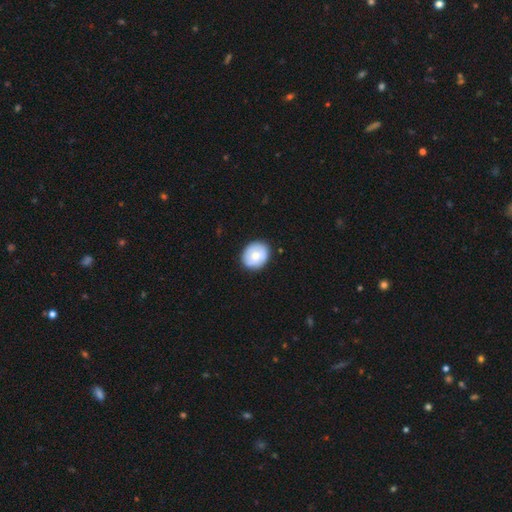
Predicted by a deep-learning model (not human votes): Smooth or featured? Predicted: smooth (p=0.67). How rounded? Predicted: round (p=0.65). Merging? Predicted: none (p=0.84).